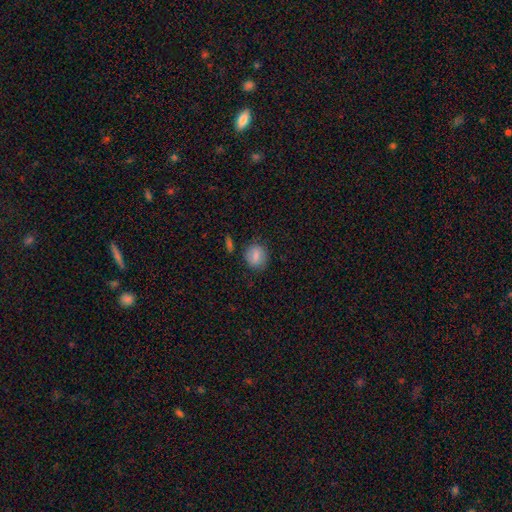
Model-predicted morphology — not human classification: A smooth galaxy with no disk features (80%) that is round (58%). Merging: none (78%).